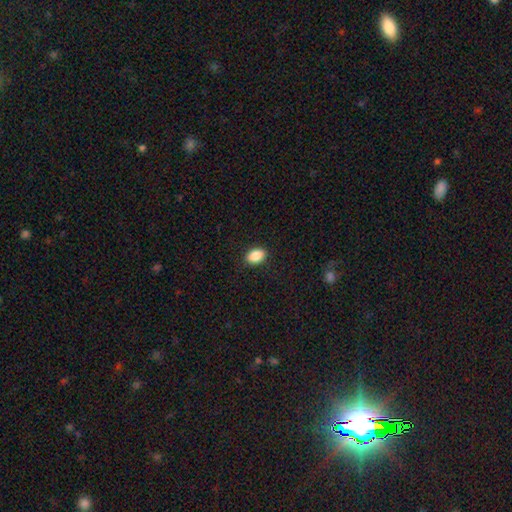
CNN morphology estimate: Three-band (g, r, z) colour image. It shows a smooth galaxy with no disk features (89%) that is in between round and cigar-shaped (85%). Merging: none (90%).